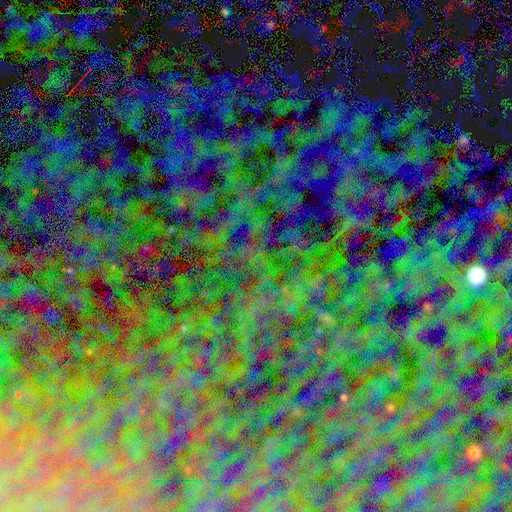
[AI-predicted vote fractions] Smooth or featured? Predicted: star or artifact (p=0.81).